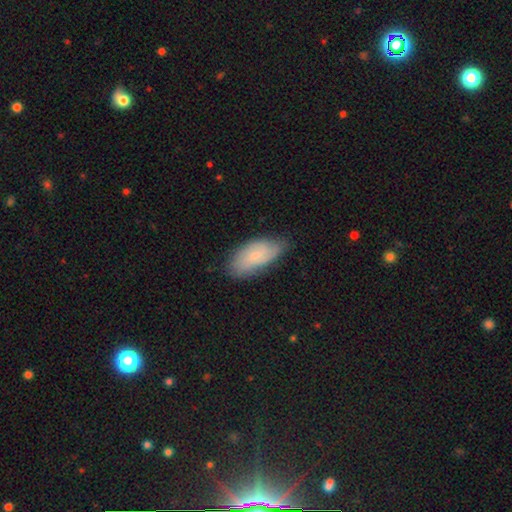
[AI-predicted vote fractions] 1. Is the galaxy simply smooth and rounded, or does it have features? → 57% smooth, 36% featured or disk, 7% star or artifact.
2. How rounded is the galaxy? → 90% in between, 8% cigar-shaped, 3% round.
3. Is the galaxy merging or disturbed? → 66% none, 27% minor disturbance, 5% major disturbance, 1% merger.